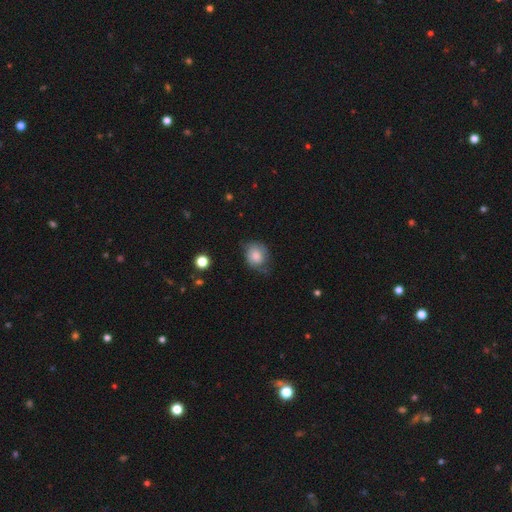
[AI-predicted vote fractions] Overall: smooth (74%). How rounded: round (59%; in between 40%). Merging: none (54%; minor disturbance 33%).